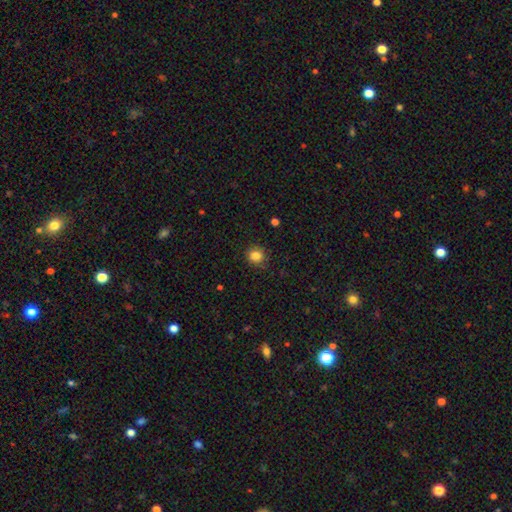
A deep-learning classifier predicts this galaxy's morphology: A smooth galaxy with no disk features (84%) that is round (90%).

Vote fractions:
- Smooth or featured? smooth: 84% / star or artifact: 11% / featured or disk: 4%
- How rounded? round: 90% / in between: 9% / cigar-shaped: 1%
- Merging? none: 87% / minor disturbance: 9% / major disturbance: 2% / merger: 1%